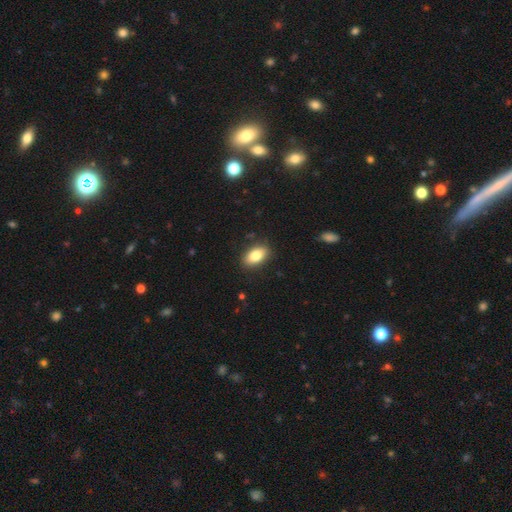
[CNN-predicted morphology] Smooth or featured?
  - smooth: 82% *
  - featured or disk: 10%
  - star or artifact: 7%
How rounded?
  - in between: 91% *
  - round: 6%
  - cigar-shaped: 3%
Merging?
  - none: 87% *
  - minor disturbance: 9%
  - major disturbance: 2%
  - merger: 1%